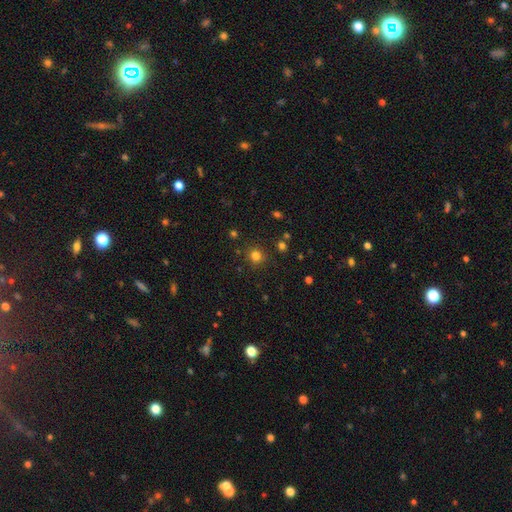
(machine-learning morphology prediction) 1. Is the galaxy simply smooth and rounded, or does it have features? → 78% smooth, 17% star or artifact, 5% featured or disk.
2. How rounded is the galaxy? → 91% round, 8% in between, 1% cigar-shaped.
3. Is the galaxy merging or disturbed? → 86% none, 8% minor disturbance, 3% merger, 3% major disturbance.